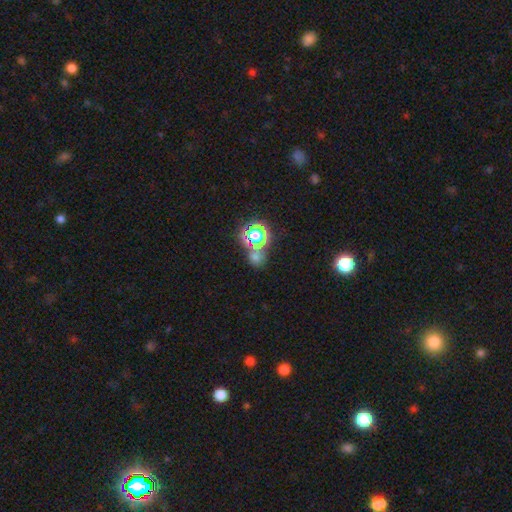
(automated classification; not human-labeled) Morphology: type=smooth (46%); merging=none (62%).